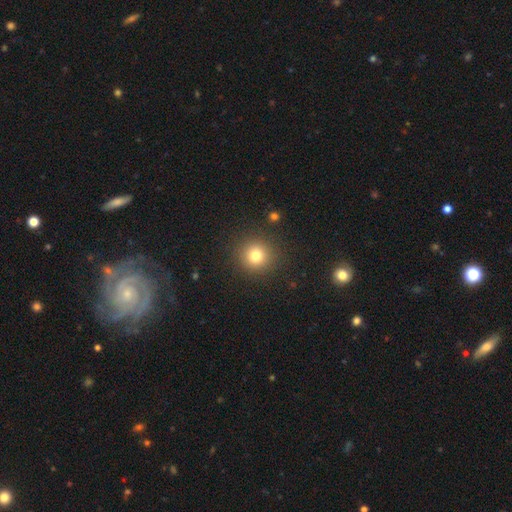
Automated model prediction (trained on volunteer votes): A smooth galaxy with no disk features (77%) that is round (93%).

Vote fractions:
- Smooth or featured? smooth: 77% / star or artifact: 15% / featured or disk: 8%
- How rounded? round: 93% / in between: 6% / cigar-shaped: 1%
- Merging? none: 89% / minor disturbance: 6% / major disturbance: 3% / merger: 2%